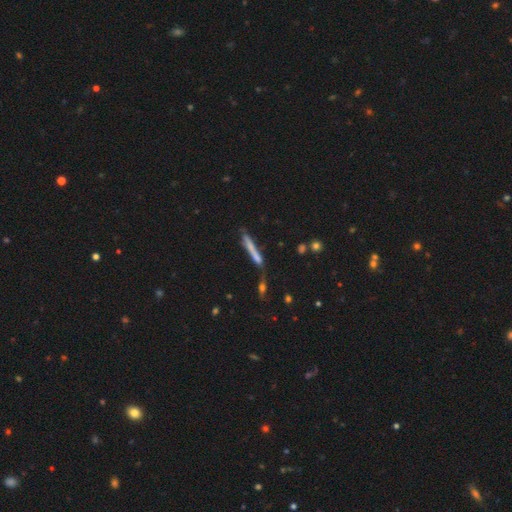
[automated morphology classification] This appears to be a smooth galaxy with no disk features (51%) that is cigar-shaped (93%). Merging: none (58%).